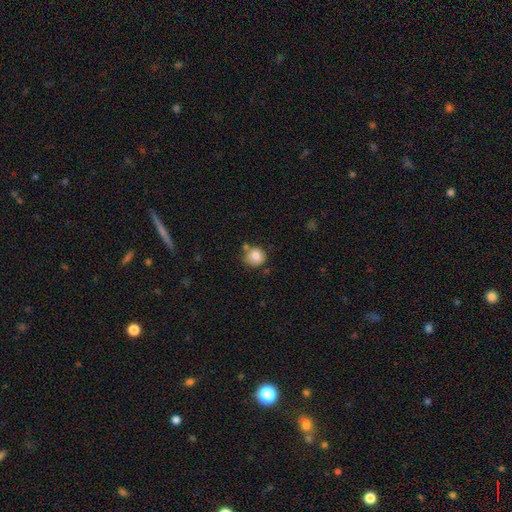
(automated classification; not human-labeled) Morphology: type=smooth (82%); roundness=round (88%); merging=none (70%).